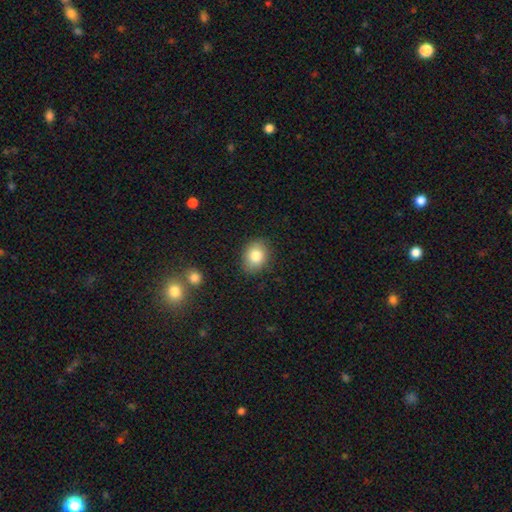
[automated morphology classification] type=smooth (82%); roundness=in between (62%); merging=none (85%).